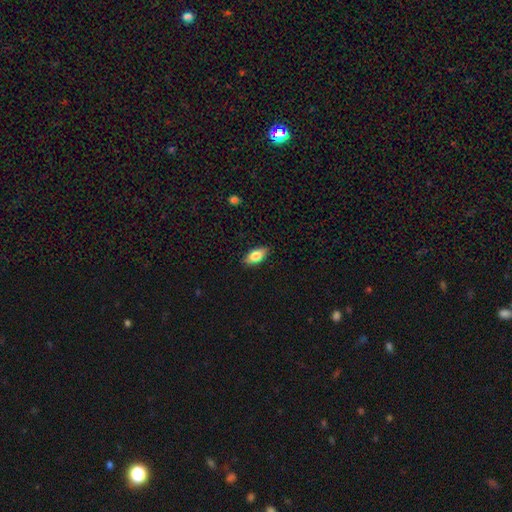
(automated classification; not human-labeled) Smooth or featured? smooth (81%)
How rounded? in between (88%)
Merging? none (85%)